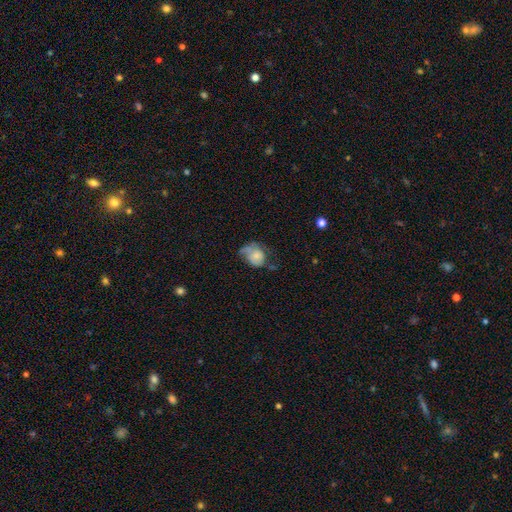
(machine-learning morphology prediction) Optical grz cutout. It shows a featured or disk galaxy (48%). Merging: major disturbance (33%).